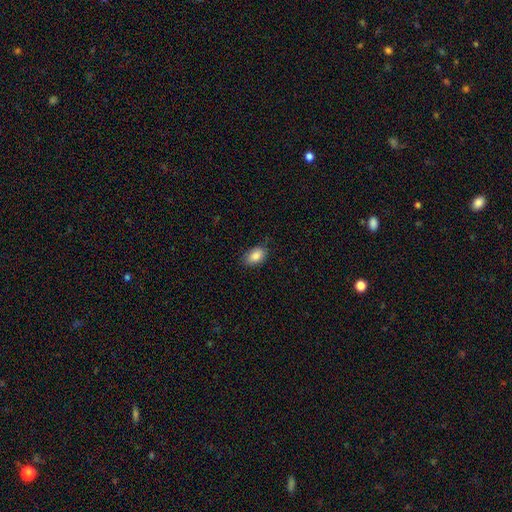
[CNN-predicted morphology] Smooth or featured: smooth — 86% (star or artifact — 7%)
How rounded: in between — 90% (round — 9%)
Merging: none — 77% (minor disturbance — 19%)